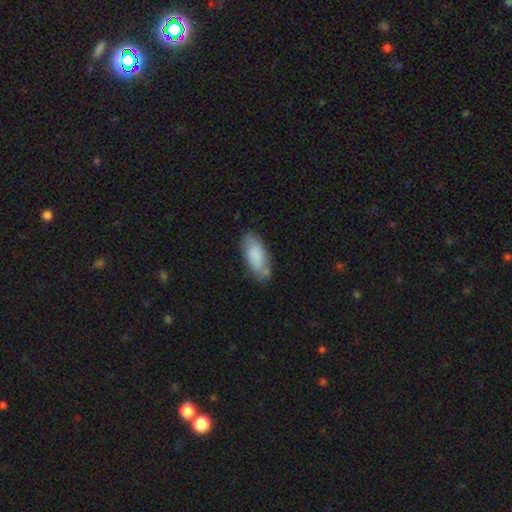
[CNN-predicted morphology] The model was most divided on "merging": none: 72%, minor disturbance: 20%, merger: 4%, major disturbance: 4%. More confident: how rounded — in between (82%); smooth or featured — smooth (82%).